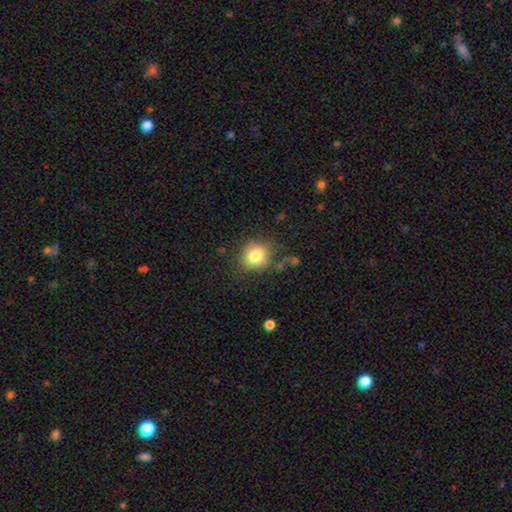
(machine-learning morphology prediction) smooth_or_featured: smooth (p=0.80) [alt: star or artifact p=0.10]
how_rounded: round (p=0.79) [alt: in between p=0.20]
merging: none (p=0.75) [alt: minor disturbance p=0.16]